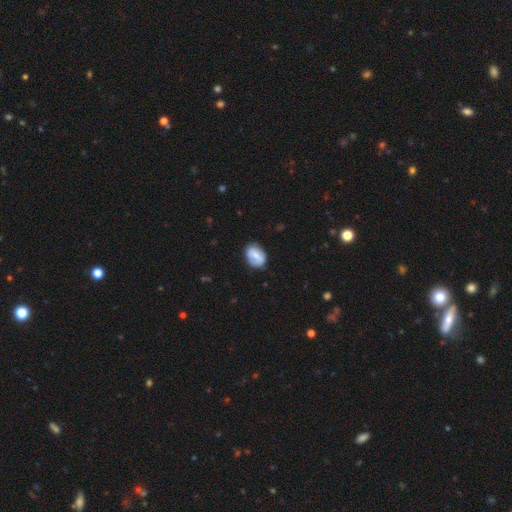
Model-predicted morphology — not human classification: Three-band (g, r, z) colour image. It shows a smooth galaxy with no disk features (59%) that is in between round and cigar-shaped (70%). Merging: none (74%).